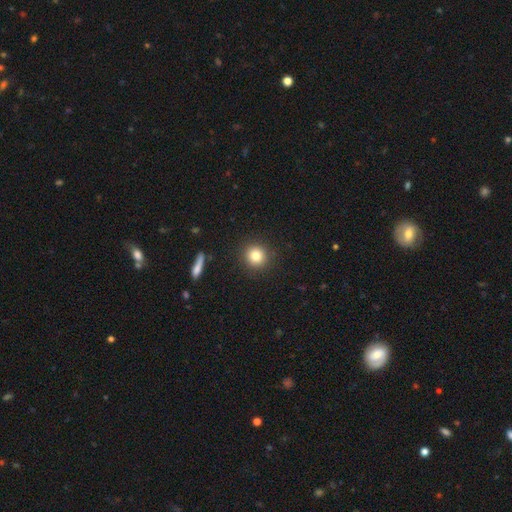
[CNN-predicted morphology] Smooth or featured? smooth (83%)
How rounded? round (91%)
Merging? none (90%)